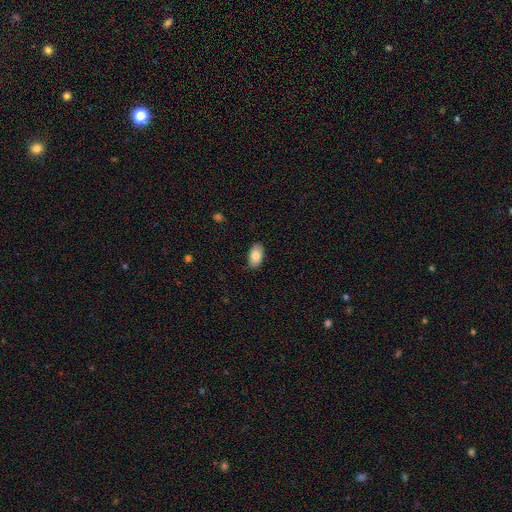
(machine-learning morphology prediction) This is clearly a smooth galaxy (81%). How rounded: clearly in between (94%). Merging: clearly none (85%).